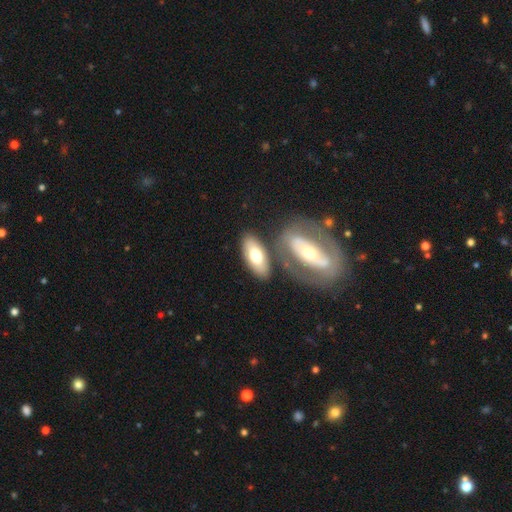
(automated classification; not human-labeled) Smooth or featured? Predicted: smooth (p=0.64). How rounded? Predicted: in between (p=0.86). Merging? Predicted: none (p=0.64).